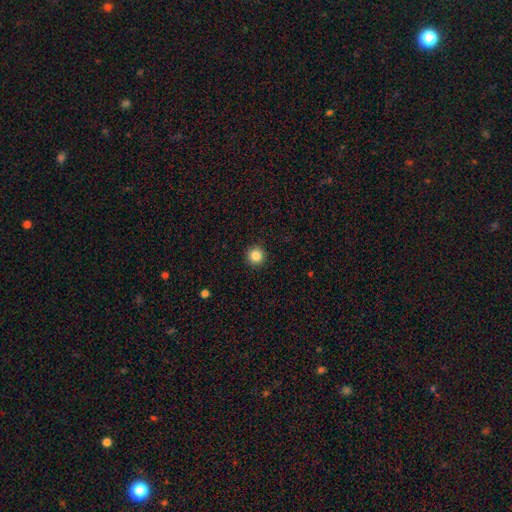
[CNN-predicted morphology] A smooth galaxy with no disk features (85%) that is round (96%).

Vote fractions:
- Smooth or featured? smooth: 85% / star or artifact: 10% / featured or disk: 4%
- How rounded? round: 96% / in between: 3% / cigar-shaped: 1%
- Merging? none: 93% / minor disturbance: 5% / major disturbance: 2% / merger: 1%